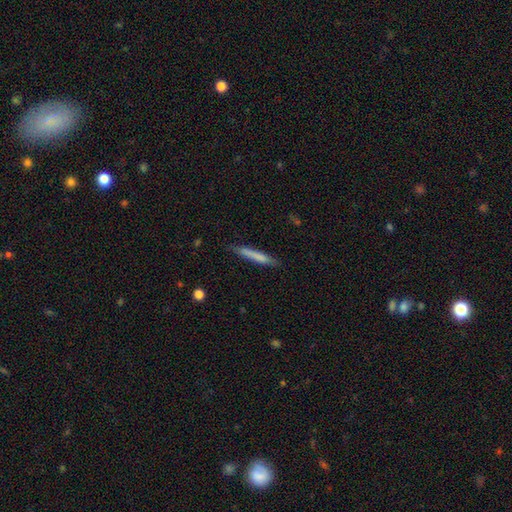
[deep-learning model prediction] This appears to be a smooth galaxy with no disk features (70%) that is cigar-shaped (95%). Merging: none (82%).